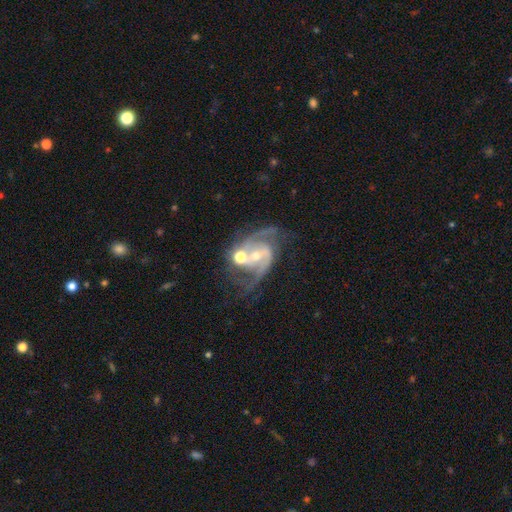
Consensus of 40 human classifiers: This is clearly a featured or disk galaxy (95%). It is clearly not viewed edge-on (97%). Bar: possibly weak (49%). Spiral arm pattern: clearly yes (100%). Spiral arm count: clearly 2 (100%). Spiral winding: possibly medium (54%). Central bulge: possibly moderate (59%). Merging: marginally none (38%).